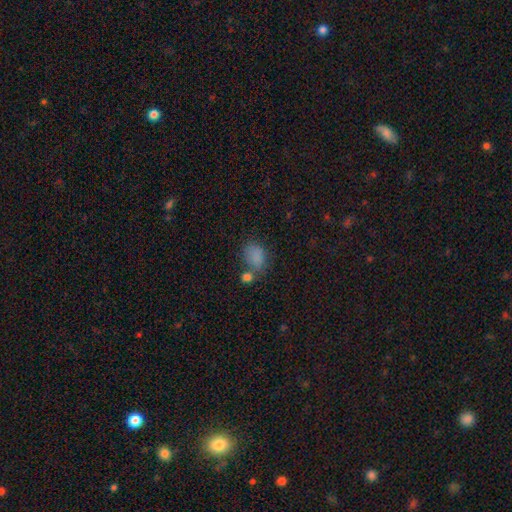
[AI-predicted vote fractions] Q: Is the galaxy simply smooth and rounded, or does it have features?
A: smooth — 80%.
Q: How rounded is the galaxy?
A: in between — 67%.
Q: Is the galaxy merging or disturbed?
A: none — 49%.